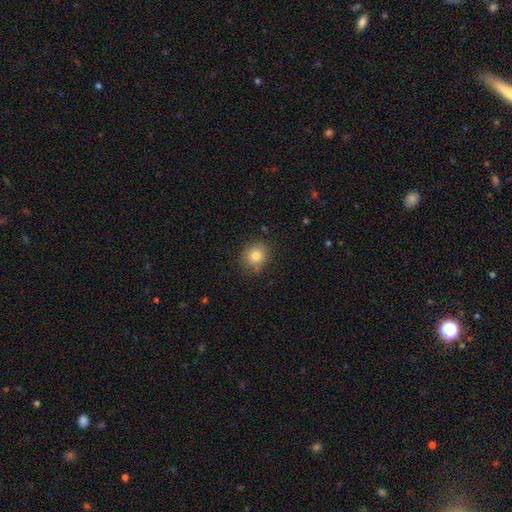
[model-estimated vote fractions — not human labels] Smooth or featured?
  - smooth: 82% *
  - star or artifact: 11%
  - featured or disk: 8%
How rounded?
  - round: 82% *
  - in between: 17%
  - cigar-shaped: 1%
Merging?
  - none: 82% *
  - minor disturbance: 13%
  - major disturbance: 3%
  - merger: 1%